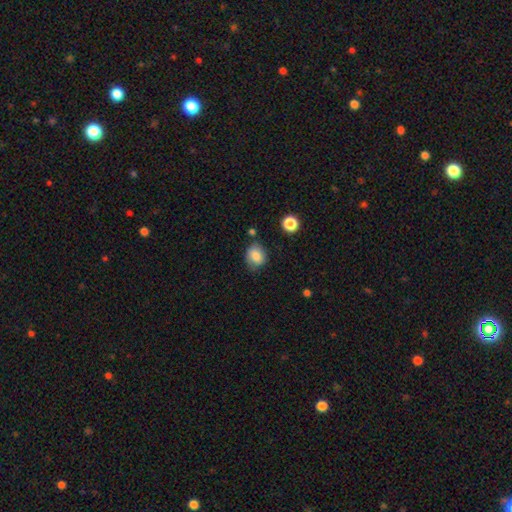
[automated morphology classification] A smooth galaxy with no disk features (83%) that is round (57%).

Vote fractions:
- Smooth or featured? smooth: 83% / star or artifact: 9% / featured or disk: 8%
- How rounded? round: 57% / in between: 42% / cigar-shaped: 1%
- Merging? none: 71% / minor disturbance: 21% / major disturbance: 5% / merger: 4%